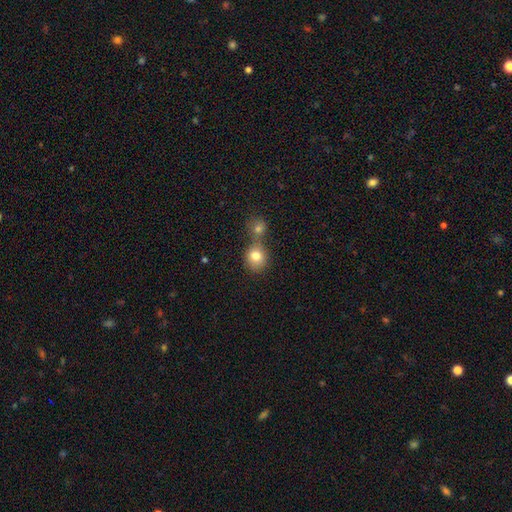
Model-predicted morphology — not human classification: A smooth galaxy with no disk features (80%) that is round (80%).

Vote fractions:
- Smooth or featured? smooth: 80% / star or artifact: 11% / featured or disk: 9%
- How rounded? round: 80% / in between: 19% / cigar-shaped: 1%
- Merging? merger: 46% / none: 42% / minor disturbance: 8% / major disturbance: 3%